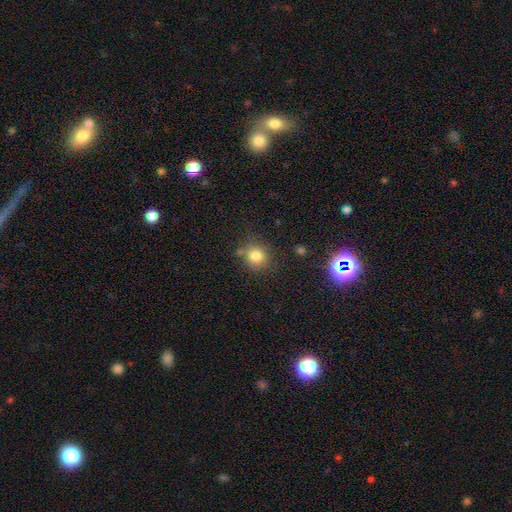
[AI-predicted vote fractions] Overall: smooth (80%). How rounded: round (87%). Merging: none (75%).